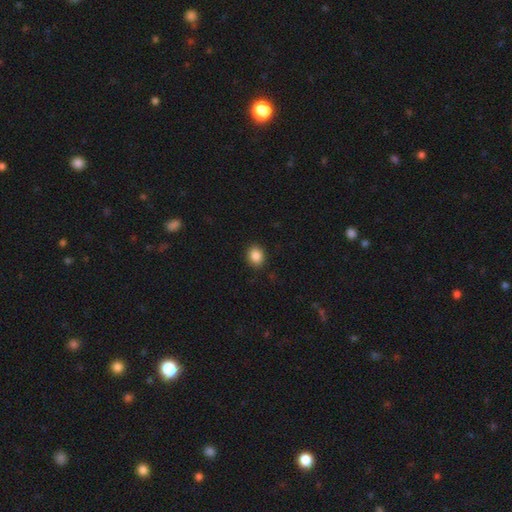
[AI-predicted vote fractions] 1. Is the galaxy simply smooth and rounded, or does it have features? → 87% smooth, 10% star or artifact, 4% featured or disk.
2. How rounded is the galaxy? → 61% round, 38% in between, 1% cigar-shaped.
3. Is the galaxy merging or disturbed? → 90% none, 7% minor disturbance, 2% major disturbance, 1% merger.